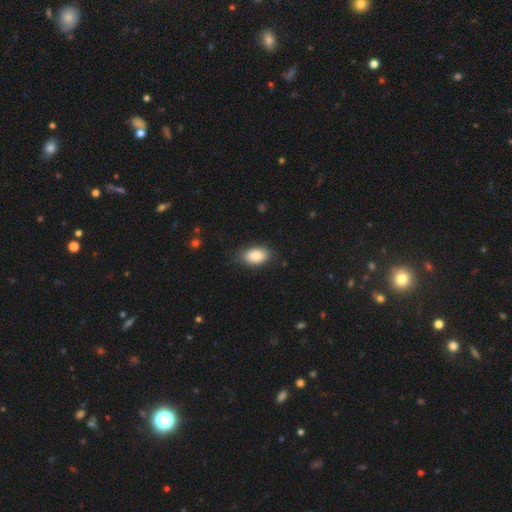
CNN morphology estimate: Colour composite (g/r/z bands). It shows a smooth galaxy with no disk features (85%) that is in between round and cigar-shaped (91%). Merging: none (80%).